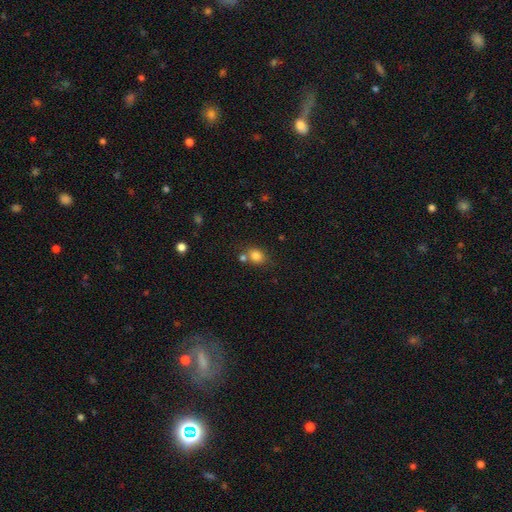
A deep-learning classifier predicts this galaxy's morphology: This appears to be a smooth galaxy with no disk features (82%) that is round (50%). Merging: none (61%).